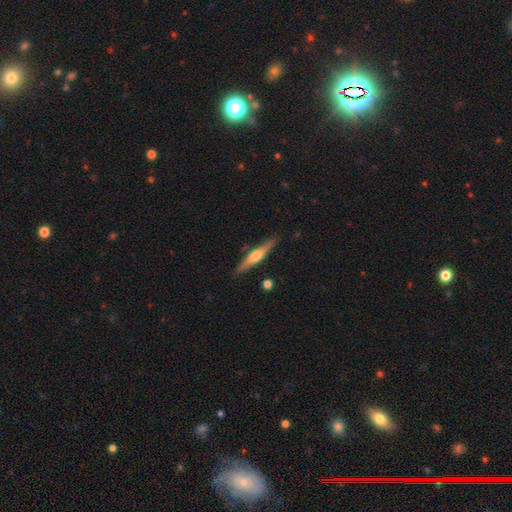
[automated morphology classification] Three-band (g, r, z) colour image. It shows a featured or disk galaxy (65%) viewed edge-on (96%) with a rounded central bulge (87%). Merging: none (87%).